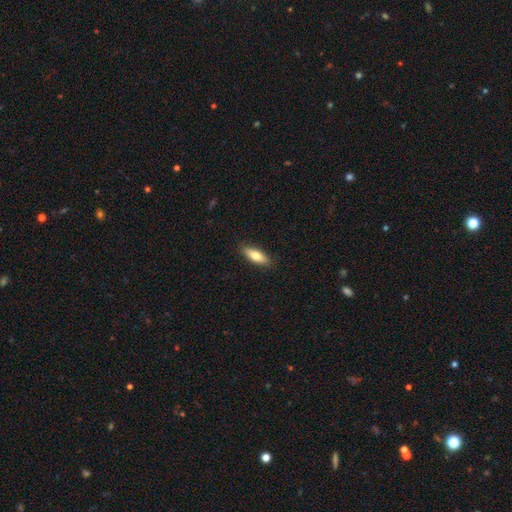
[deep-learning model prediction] The model was most divided on "how rounded": in between: 59%, cigar-shaped: 39%, round: 2%. More confident: merging — none (88%); smooth or featured — smooth (75%).